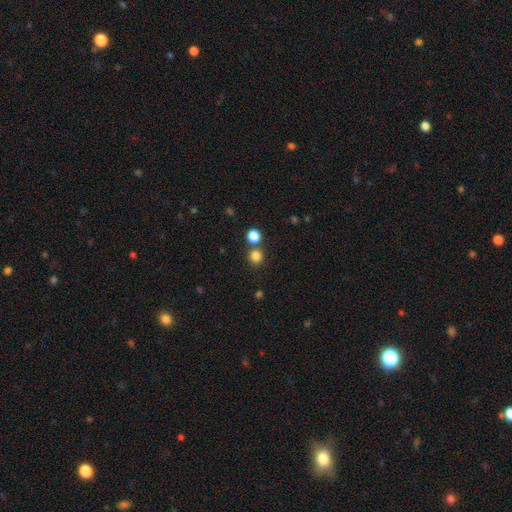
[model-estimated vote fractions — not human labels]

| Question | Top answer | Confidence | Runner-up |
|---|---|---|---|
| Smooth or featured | smooth | 82% | star or artifact (13%) |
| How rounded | round | 91% | in between (8%) |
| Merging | none | 72% | merger (18%) |